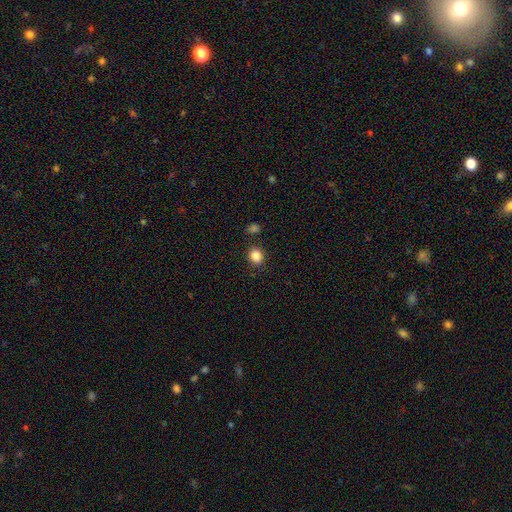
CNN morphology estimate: A smooth galaxy with no disk features (85%) that is round (61%).

Vote fractions:
- Smooth or featured? smooth: 85% / star or artifact: 10% / featured or disk: 5%
- How rounded? round: 61% / in between: 38% / cigar-shaped: 1%
- Merging? none: 83% / minor disturbance: 10% / merger: 4% / major disturbance: 3%